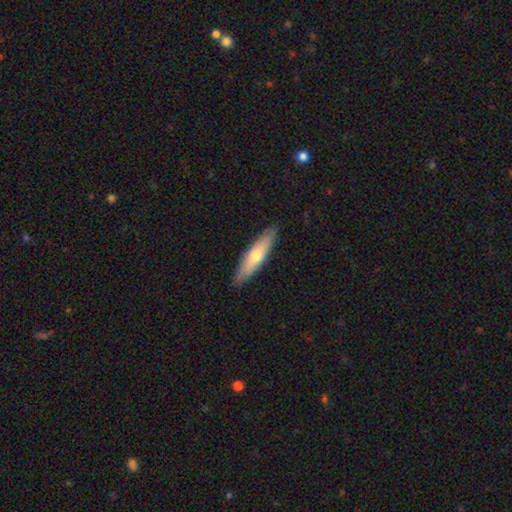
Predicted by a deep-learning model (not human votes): Morphology: type=smooth (58%); roundness=cigar-shaped (76%); merging=none (88%).